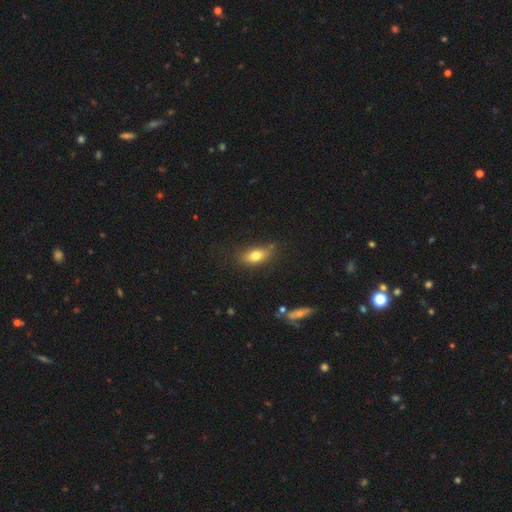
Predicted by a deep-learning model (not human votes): smooth-or-featured: smooth: 76% | featured or disk: 15% | star or artifact: 9%
  how-rounded: in between: 82% | cigar-shaped: 9% | round: 8%
  merging: none: 71% | minor disturbance: 20% | major disturbance: 5% | merger: 4%